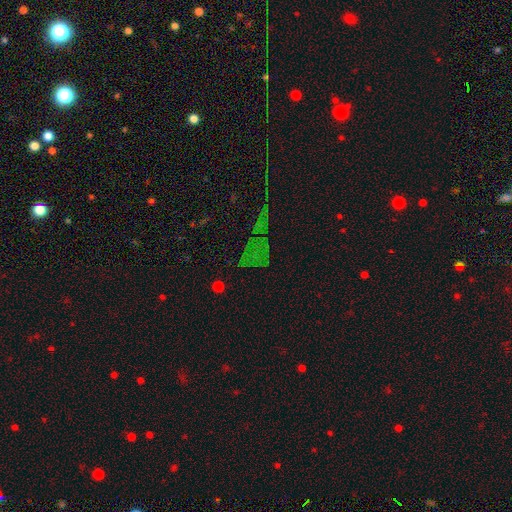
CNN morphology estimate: This is likely a star or artifact rather than a galaxy (67%).